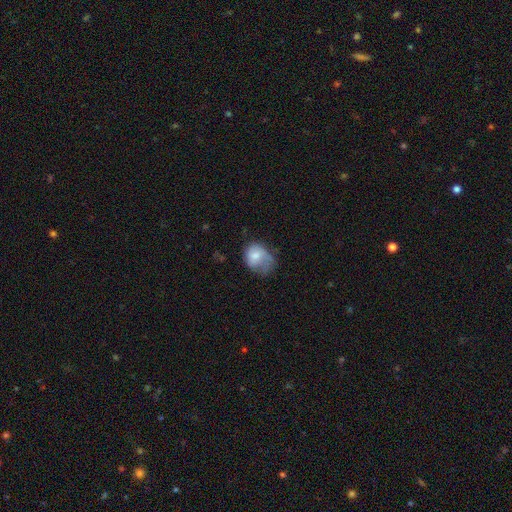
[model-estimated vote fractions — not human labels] This is likely a smooth galaxy (66%). How rounded: possibly in between (58%). Merging: marginally major disturbance (37%).